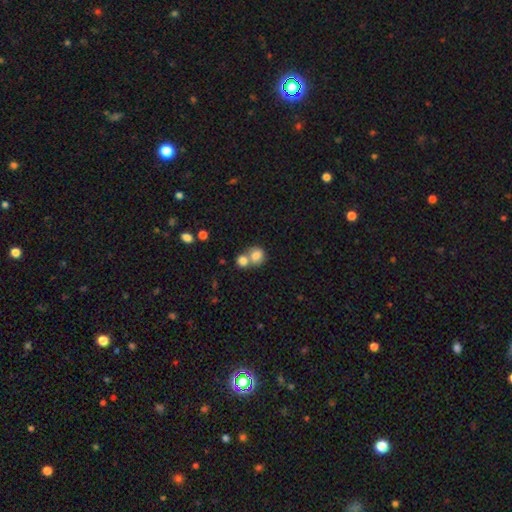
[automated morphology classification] A smooth galaxy with no disk features (80%) that is round (71%).

Vote fractions:
- Smooth or featured? smooth: 80% / featured or disk: 11% / star or artifact: 9%
- How rounded? round: 71% / in between: 28% / cigar-shaped: 1%
- Merging? merger: 59% / none: 31% / minor disturbance: 7% / major disturbance: 3%